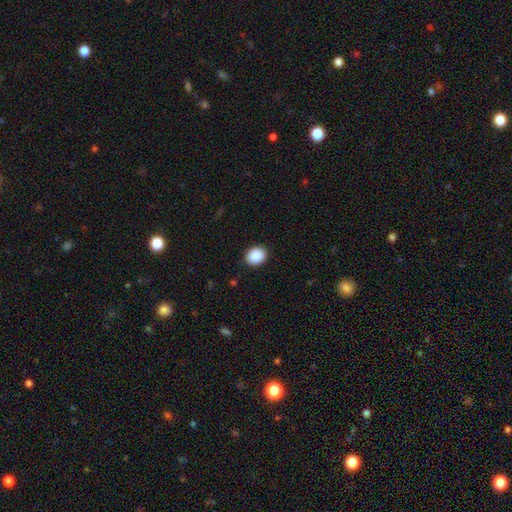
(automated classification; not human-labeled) smooth-or-featured: smooth: 90% | star or artifact: 8% | featured or disk: 2%
  how-rounded: round: 59% | in between: 40% | cigar-shaped: 1%
  merging: none: 90% | minor disturbance: 7% | major disturbance: 2% | merger: 1%